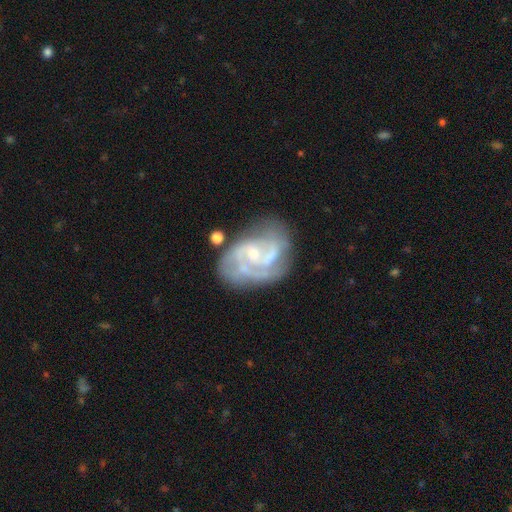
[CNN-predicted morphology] Smooth or featured?
  - featured or disk: 85% *
  - smooth: 9%
  - star or artifact: 6%
Edge-on disk?
  - no: 98% *
  - yes: 2%
Bar?
  - no: 51% *
  - weak: 41%
  - strong: 8%
Spiral arms?
  - yes: 93% *
  - no: 7%
Spiral winding?
  - medium: 47% *
  - tight: 39%
  - loose: 14%
Spiral arm count?
  - 2: 46% *
  - 3: 21%
  - can't tell: 20%
  - 1: 6%
  - 4: 4%
  - more than 4: 3%
Bulge size?
  - small: 60% *
  - moderate: 30%
  - none: 8%
  - large: 2%
  - dominant: 1%
Merging?
  - none: 57% *
  - minor disturbance: 22%
  - major disturbance: 16%
  - merger: 6%